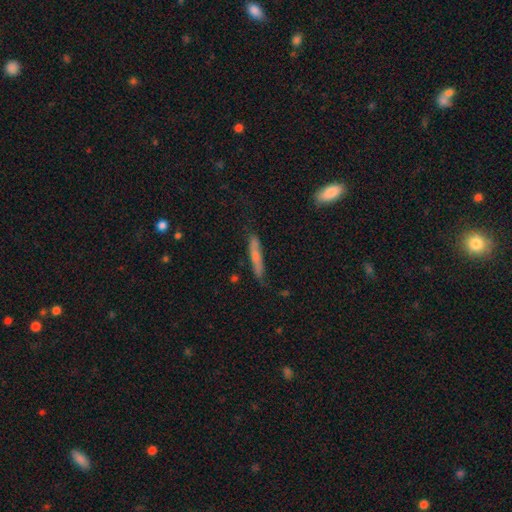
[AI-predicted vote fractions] smooth 60%, featured or disk 33%, star or artifact 7%. Down the decision tree: how rounded — cigar-shaped (93%); merging — none (78%).